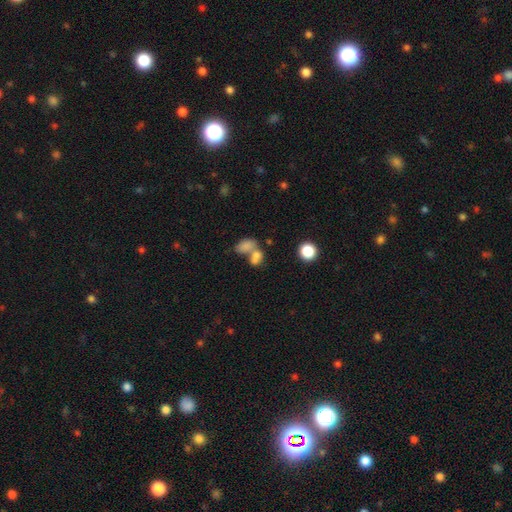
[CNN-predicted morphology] A smooth galaxy with no disk features (75%) that is in between round and cigar-shaped (73%). Merging: merger (62%).